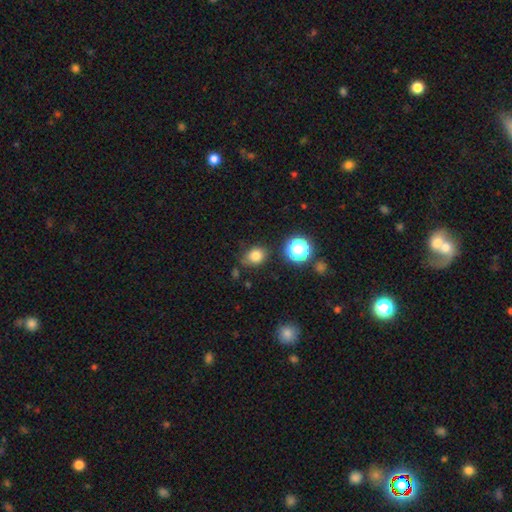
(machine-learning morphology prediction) This appears to be a smooth galaxy with no disk features (79%) that is round (58%). Merging: none (70%).